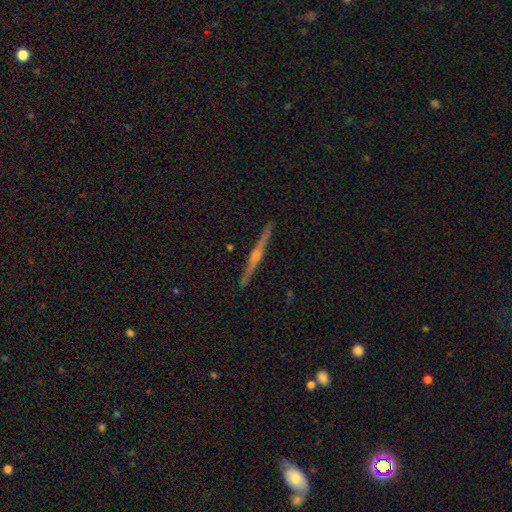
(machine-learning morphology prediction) This appears to be a featured or disk galaxy (81%) viewed edge-on (98%) with a rounded central bulge (71%). Merging: none (92%).